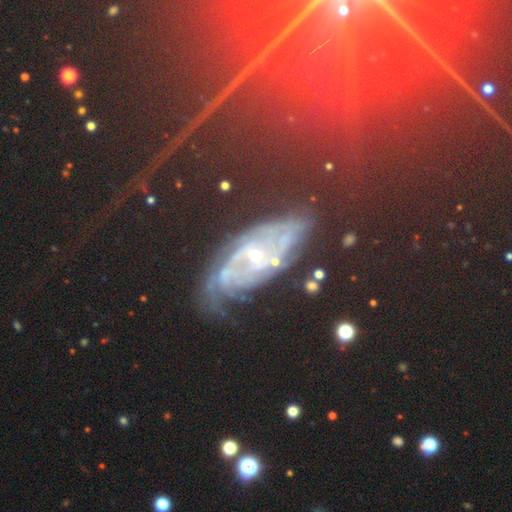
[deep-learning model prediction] Q: Smooth or featured?
A: featured or disk (64%); runner-up: star or artifact (24%)
Q: Edge-on disk?
A: no (89%); runner-up: yes (11%)
Q: Bar?
A: no (57%); runner-up: weak (31%)
Q: Spiral arms?
A: yes (89%); runner-up: no (11%)
Q: Spiral winding?
A: tight (52%); runner-up: medium (34%)
Q: Spiral arm count?
A: can't tell (34%); runner-up: 2 (30%)
Q: Bulge size?
A: small (73%); runner-up: moderate (22%)
Q: Merging?
A: none (68%); runner-up: minor disturbance (18%)